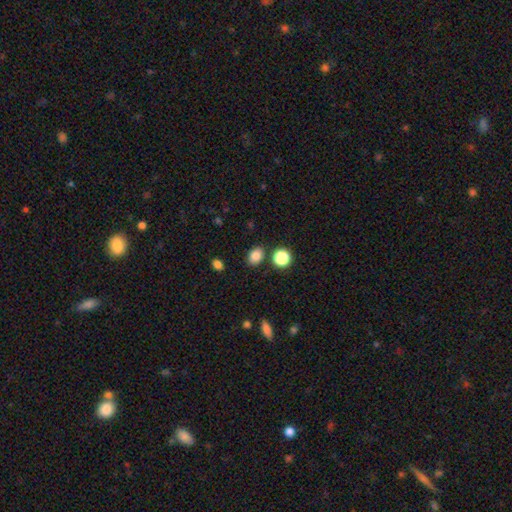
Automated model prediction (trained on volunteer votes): Q: Smooth or featured?
A: smooth (84%); runner-up: star or artifact (12%)
Q: How rounded?
A: in between (63%); runner-up: round (35%)
Q: Merging?
A: none (82%); runner-up: minor disturbance (9%)